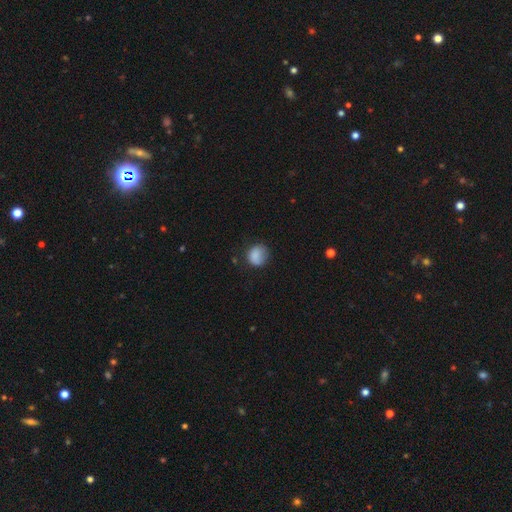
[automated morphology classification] Overall: smooth (84%). How rounded: round (73%). Merging: none (63%; minor disturbance 26%).